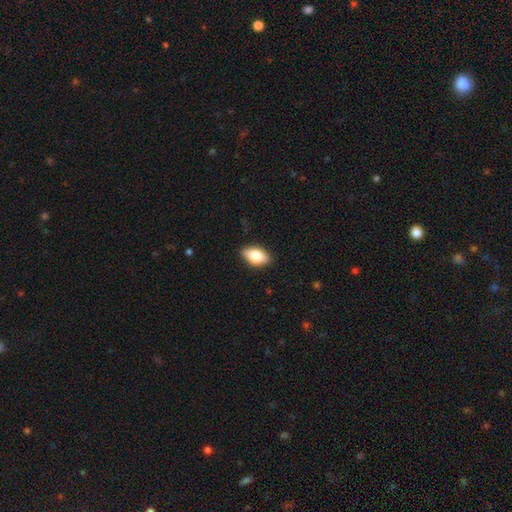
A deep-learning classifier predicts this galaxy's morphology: A smooth galaxy with no disk features (79%) that is in between round and cigar-shaped (90%).

Vote fractions:
- Smooth or featured? smooth: 79% / featured or disk: 14% / star or artifact: 7%
- How rounded? in between: 90% / round: 6% / cigar-shaped: 4%
- Merging? none: 86% / minor disturbance: 11% / major disturbance: 2% / merger: 1%